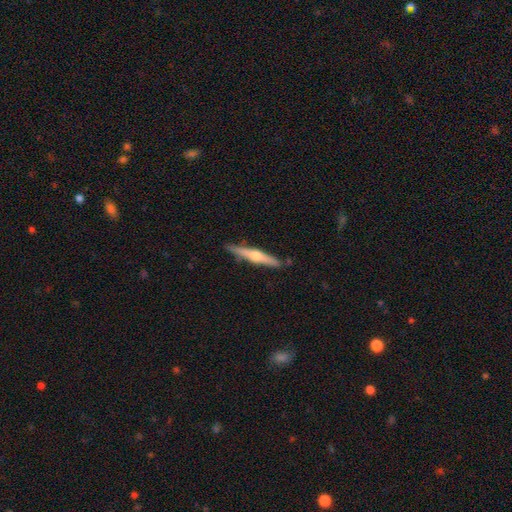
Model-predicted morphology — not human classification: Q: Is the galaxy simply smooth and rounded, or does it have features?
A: featured or disk — 61%.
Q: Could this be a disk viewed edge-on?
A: yes — 97%.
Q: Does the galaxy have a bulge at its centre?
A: rounded — 89%.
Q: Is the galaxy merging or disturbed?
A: none — 86%.